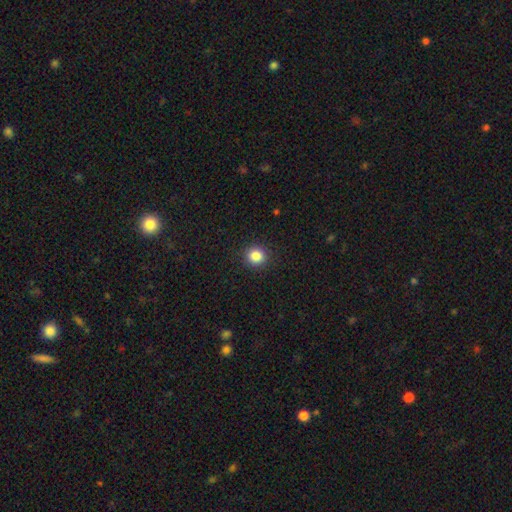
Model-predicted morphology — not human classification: Overall: smooth (85%). How rounded: round (88%). Merging: none (92%).